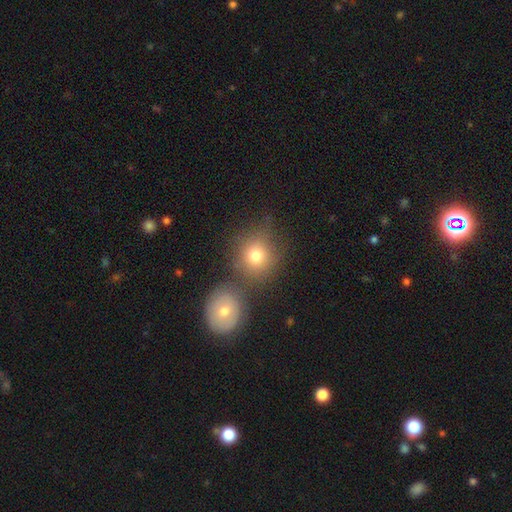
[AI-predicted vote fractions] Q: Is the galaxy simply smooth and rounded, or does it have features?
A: smooth — 74%.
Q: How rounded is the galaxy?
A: round — 81%.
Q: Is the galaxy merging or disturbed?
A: none — 60%.